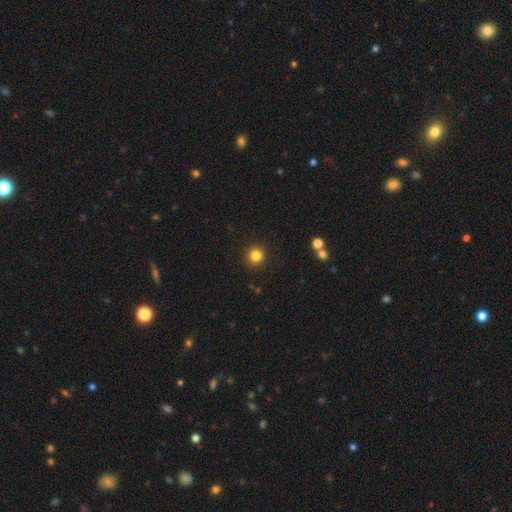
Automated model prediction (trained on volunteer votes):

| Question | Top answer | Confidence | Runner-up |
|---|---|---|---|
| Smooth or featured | smooth | 83% | star or artifact (12%) |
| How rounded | round | 91% | in between (8%) |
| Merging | none | 91% | minor disturbance (5%) |